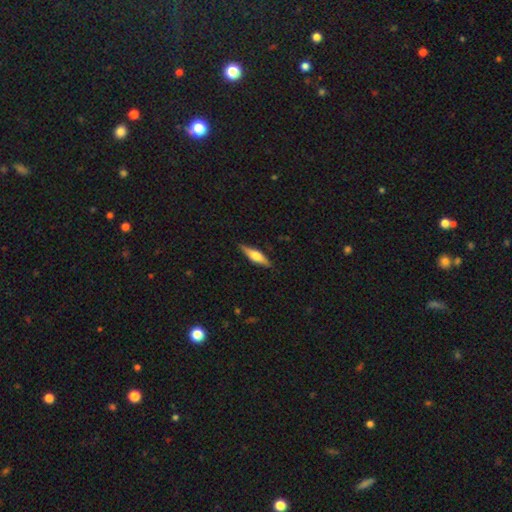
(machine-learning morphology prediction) Overall: featured or disk (50%; smooth 44%). Merging: none (86%).